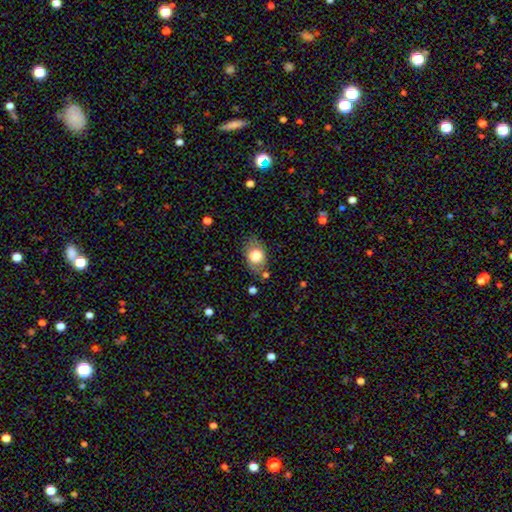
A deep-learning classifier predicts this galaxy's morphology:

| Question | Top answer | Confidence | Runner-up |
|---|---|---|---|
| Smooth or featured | smooth | 74% | featured or disk (18%) |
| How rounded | in between | 73% | round (25%) |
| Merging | none | 74% | minor disturbance (18%) |